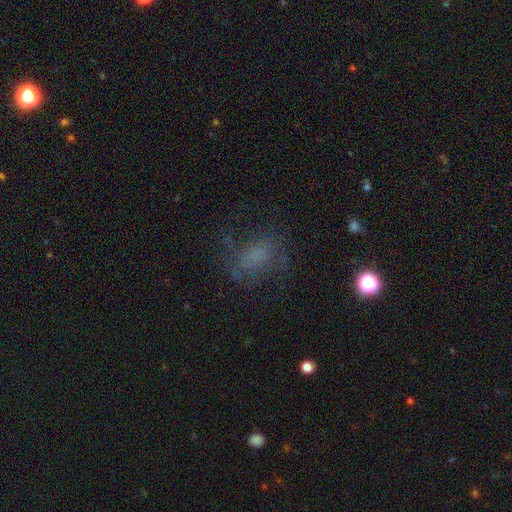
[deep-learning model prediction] Smooth or featured?
  - smooth: 48% *
  - featured or disk: 32%
  - star or artifact: 20%
Merging?
  - none: 57% *
  - major disturbance: 21%
  - minor disturbance: 20%
  - merger: 2%